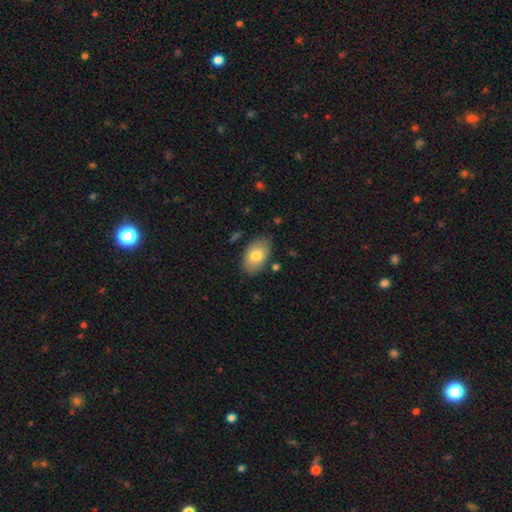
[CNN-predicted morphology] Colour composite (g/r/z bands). It shows a smooth galaxy with no disk features (78%) that is in between round and cigar-shaped (92%). Merging: none (79%).